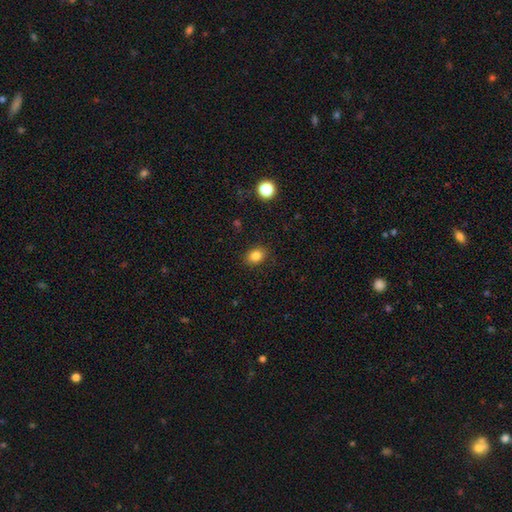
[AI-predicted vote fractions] Smooth or featured? smooth (84%)
How rounded? in between (59%)
Merging? none (87%)